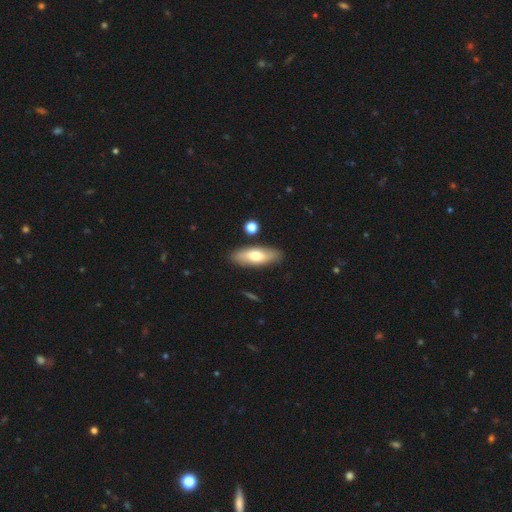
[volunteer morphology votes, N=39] This is likely a smooth galaxy (69%). How rounded: likely in between (78%). Merging: clearly none (95%).